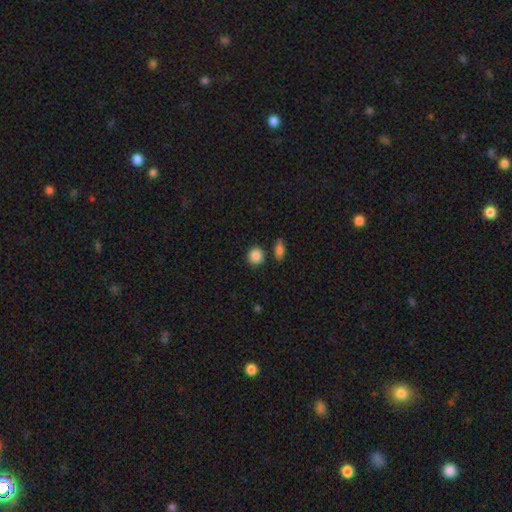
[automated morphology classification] Smooth or featured?
  - smooth: 87% *
  - star or artifact: 8%
  - featured or disk: 4%
How rounded?
  - round: 84% *
  - in between: 15%
  - cigar-shaped: 1%
Merging?
  - none: 81% *
  - minor disturbance: 9%
  - merger: 7%
  - major disturbance: 2%